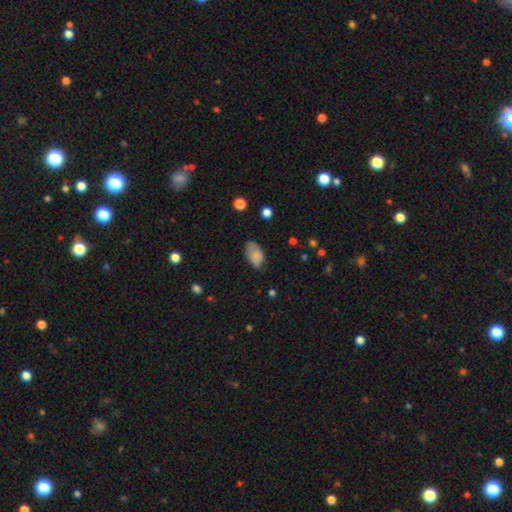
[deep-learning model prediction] smooth 85%, star or artifact 8%, featured or disk 7%. Down the decision tree: how rounded — in between (92%); merging — none (65%).